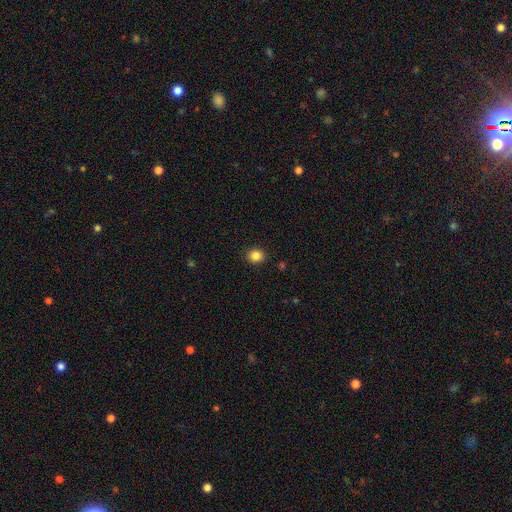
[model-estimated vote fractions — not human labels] The model was most divided on "how rounded": round: 80%, in between: 19%, cigar-shaped: 1%. More confident: merging — none (91%); smooth or featured — smooth (85%).